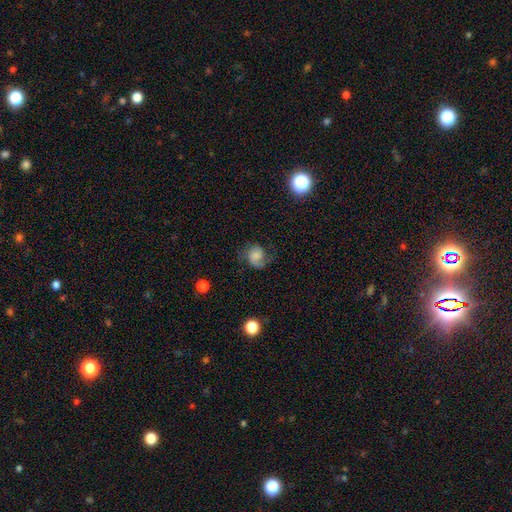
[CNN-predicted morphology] smooth_or_featured: featured or disk (p=0.50) [alt: smooth p=0.40]
merging: none (p=0.54) [alt: minor disturbance p=0.24]